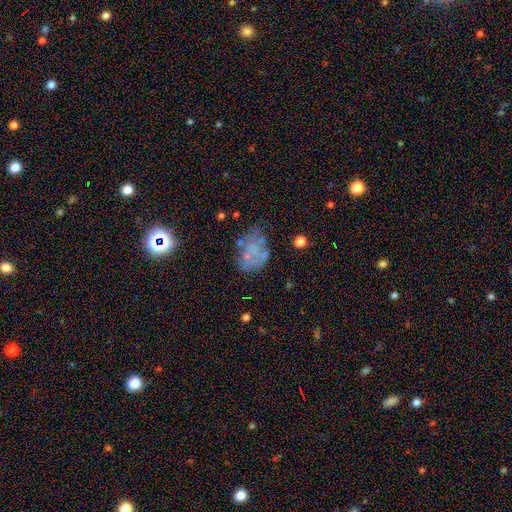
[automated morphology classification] Smooth or featured?
  - featured or disk: 40% *
  - smooth: 37%
  - star or artifact: 23%
Merging?
  - none: 48% *
  - minor disturbance: 24%
  - major disturbance: 21%
  - merger: 8%